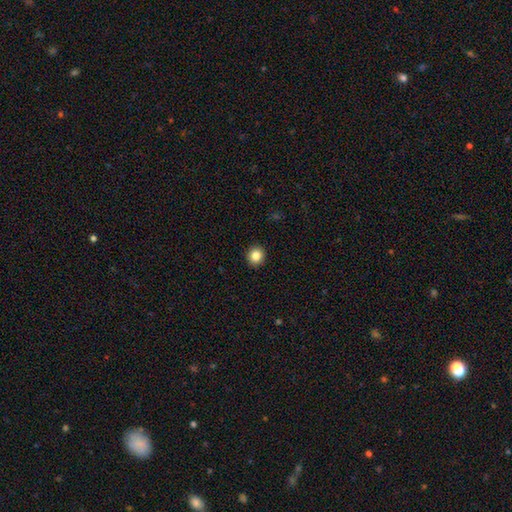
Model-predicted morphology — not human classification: A smooth galaxy with no disk features (84%) that is round (90%). Merging: none (93%).